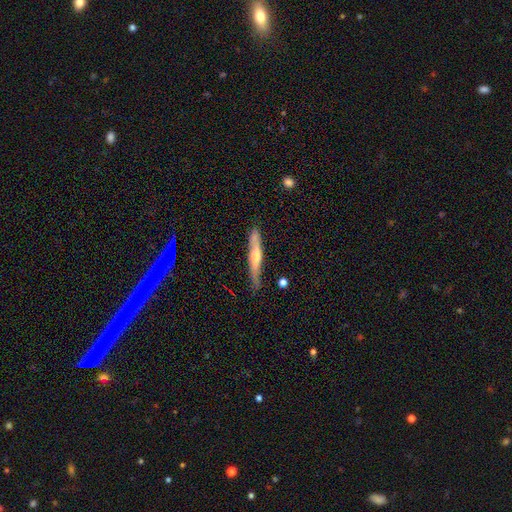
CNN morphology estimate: Smooth or featured? smooth (48%)
Merging? none (74%)